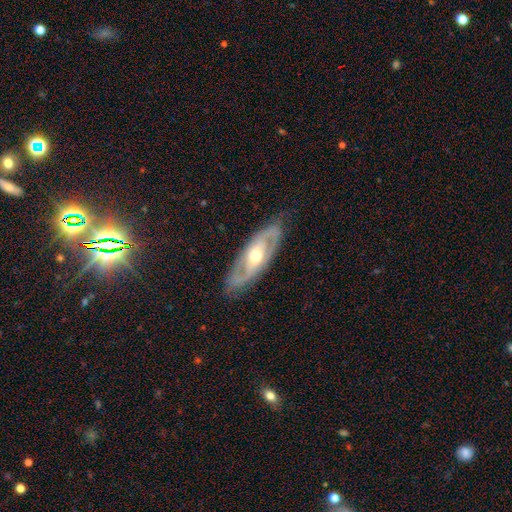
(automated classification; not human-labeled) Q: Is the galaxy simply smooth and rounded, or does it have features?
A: featured or disk — 77%.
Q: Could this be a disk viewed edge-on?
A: no — 83%.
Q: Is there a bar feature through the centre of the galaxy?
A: no — 60%.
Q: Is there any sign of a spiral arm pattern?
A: yes — 70%.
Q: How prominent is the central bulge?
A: moderate — 69%.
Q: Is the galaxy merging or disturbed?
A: none — 82%.